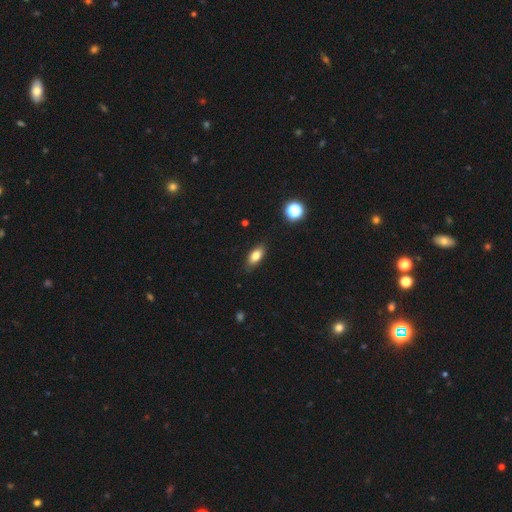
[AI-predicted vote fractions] A smooth galaxy with no disk features (80%) that is in between round and cigar-shaped (85%).

Vote fractions:
- Smooth or featured? smooth: 80% / featured or disk: 11% / star or artifact: 9%
- How rounded? in between: 85% / cigar-shaped: 10% / round: 5%
- Merging? none: 86% / minor disturbance: 10% / major disturbance: 2% / merger: 1%